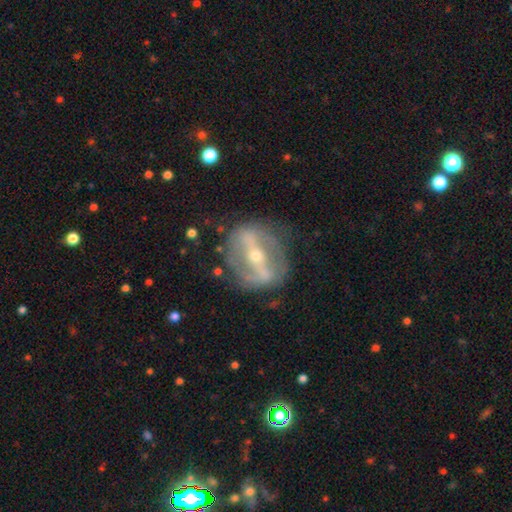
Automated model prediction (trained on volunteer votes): smooth-or-featured: featured or disk: 81% | smooth: 10% | star or artifact: 9%
  disk-edge-on: no: 83% | yes: 17%
    bar: strong: 76% | weak: 16% | no: 8%
    has-spiral-arms: yes: 59% | no: 41%
    bulge-size: small: 57% | moderate: 40% | large: 1% | none: 1% | dominant: 1%
  merging: none: 74% | minor disturbance: 15% | major disturbance: 9% | merger: 2%